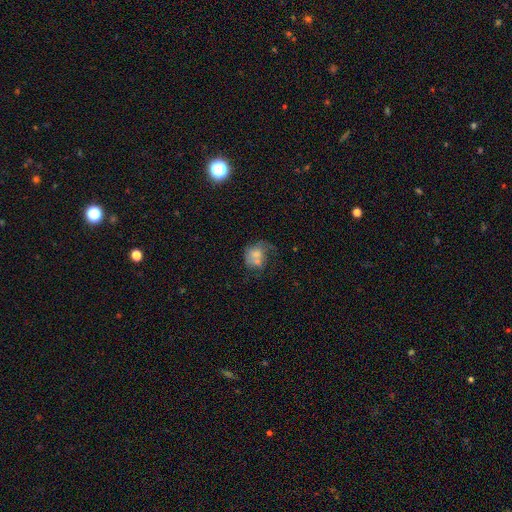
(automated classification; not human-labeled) The model was most divided on "merging": merger: 29%, none: 27%, major disturbance: 24%, minor disturbance: 19%. More confident: how rounded — round (57%); smooth or featured — smooth (54%).